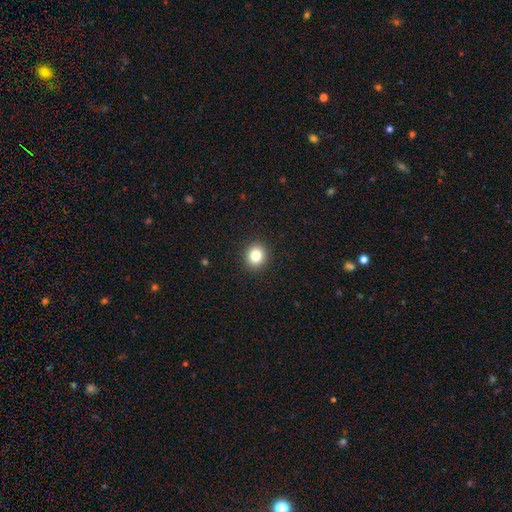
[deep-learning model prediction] Smooth or featured? Predicted: smooth (p=0.83). How rounded? Predicted: round (p=0.78). Merging? Predicted: none (p=0.91).